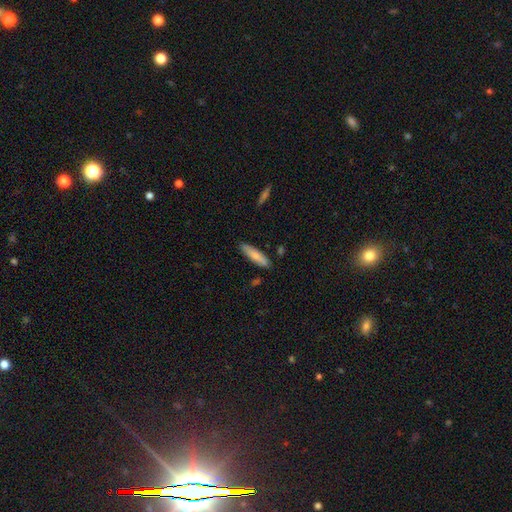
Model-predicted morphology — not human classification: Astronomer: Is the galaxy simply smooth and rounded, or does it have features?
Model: smooth — 79%.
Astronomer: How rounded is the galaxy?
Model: cigar-shaped — 71%.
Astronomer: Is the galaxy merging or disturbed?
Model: none — 83%.